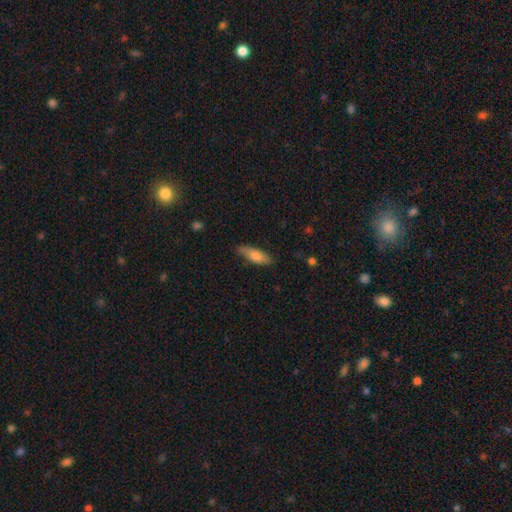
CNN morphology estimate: Overall: smooth (73%). How rounded: in between (56%; cigar-shaped 42%). Merging: none (74%).